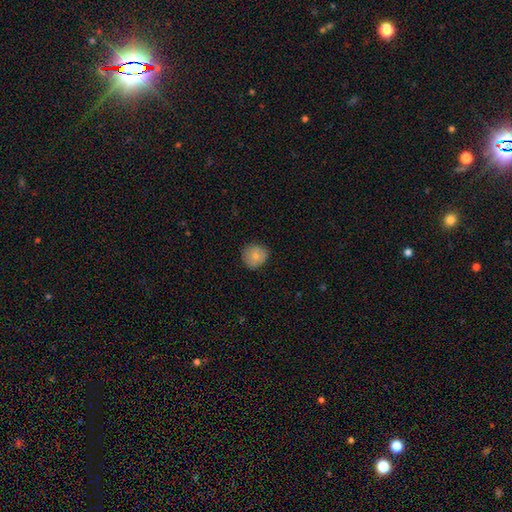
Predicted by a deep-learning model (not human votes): Smooth or featured?
  - smooth: 79% *
  - featured or disk: 12%
  - star or artifact: 9%
How rounded?
  - round: 87% *
  - in between: 12%
  - cigar-shaped: 1%
Merging?
  - none: 82% *
  - minor disturbance: 15%
  - major disturbance: 3%
  - merger: 1%